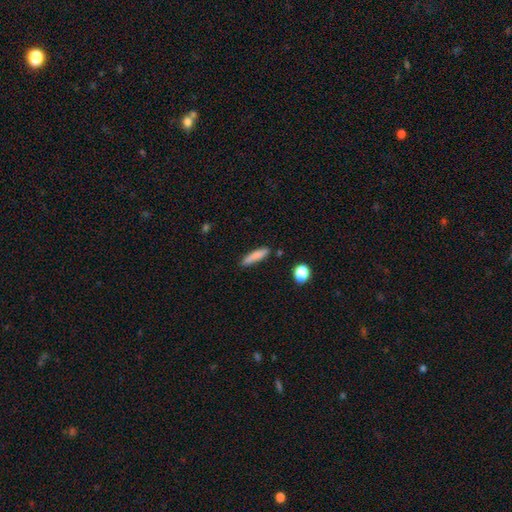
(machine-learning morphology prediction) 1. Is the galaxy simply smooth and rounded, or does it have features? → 82% smooth, 10% featured or disk, 8% star or artifact.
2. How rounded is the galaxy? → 82% cigar-shaped, 16% in between, 2% round.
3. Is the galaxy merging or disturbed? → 80% none, 14% minor disturbance, 3% merger, 3% major disturbance.